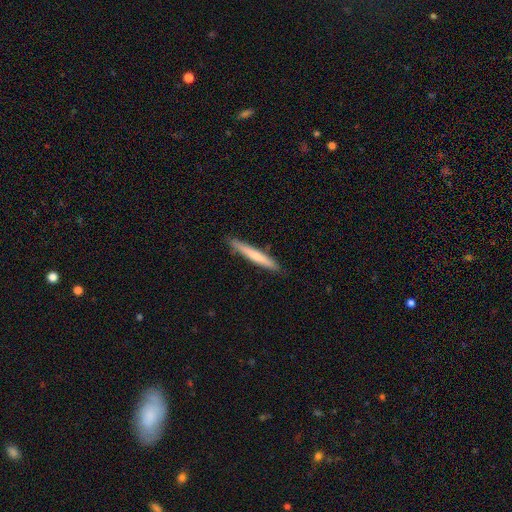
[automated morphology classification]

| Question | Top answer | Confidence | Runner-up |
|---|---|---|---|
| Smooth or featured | smooth | 65% | featured or disk (30%) |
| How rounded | cigar-shaped | 96% | in between (3%) |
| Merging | none | 88% | minor disturbance (9%) |